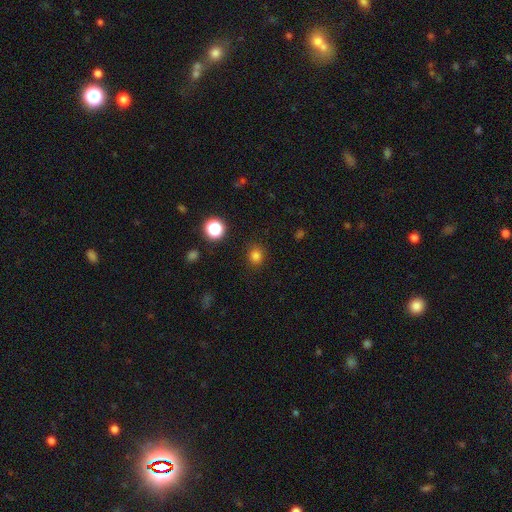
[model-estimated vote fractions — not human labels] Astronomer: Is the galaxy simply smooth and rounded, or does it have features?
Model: smooth — 80%.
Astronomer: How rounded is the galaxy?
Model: round — 81%.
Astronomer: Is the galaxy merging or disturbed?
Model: none — 88%.